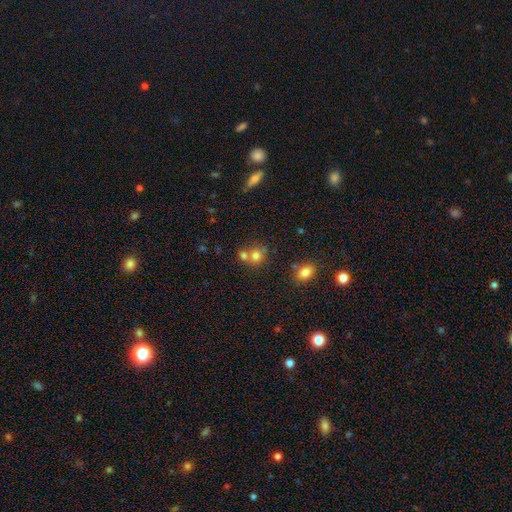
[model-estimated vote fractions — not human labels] This appears to be a smooth galaxy with no disk features (74%) that is round (77%). Merging: none (45%).